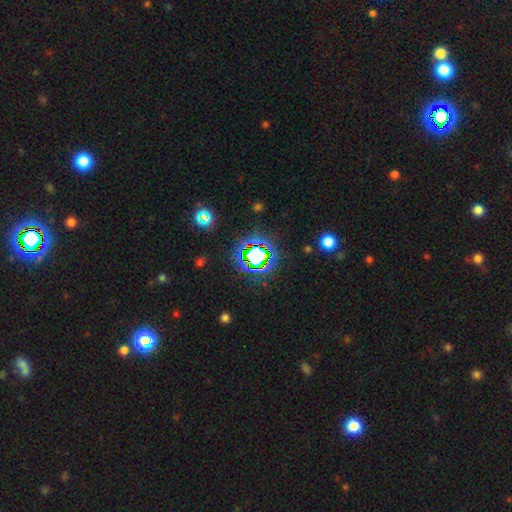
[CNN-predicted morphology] A star or artifact, not a galaxy (71%).

Vote fractions:
- Smooth or featured? star or artifact: 71% / smooth: 18% / featured or disk: 11%